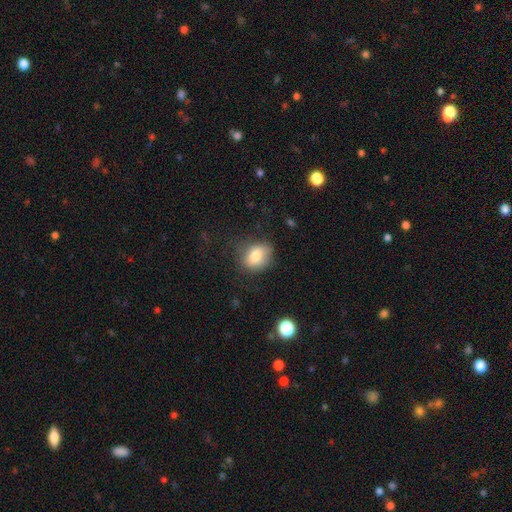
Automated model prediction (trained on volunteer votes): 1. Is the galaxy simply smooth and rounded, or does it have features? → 77% smooth, 13% featured or disk, 9% star or artifact.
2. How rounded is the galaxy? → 55% in between, 44% round, 1% cigar-shaped.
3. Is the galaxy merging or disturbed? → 65% none, 24% minor disturbance, 9% major disturbance, 2% merger.